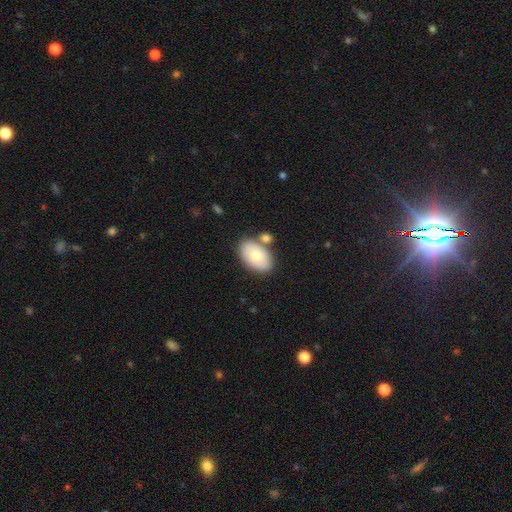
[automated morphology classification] Smooth or featured: smooth — 70% (featured or disk — 24%)
How rounded: in between — 91% (round — 8%)
Merging: none — 68% (merger — 15%)